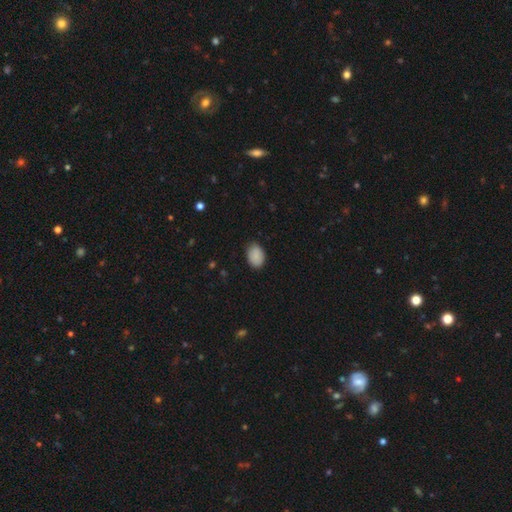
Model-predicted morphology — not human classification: smooth_or_featured: smooth (p=0.89) [alt: star or artifact p=0.07]
how_rounded: in between (p=0.80) [alt: round p=0.18]
merging: none (p=0.79) [alt: minor disturbance p=0.17]